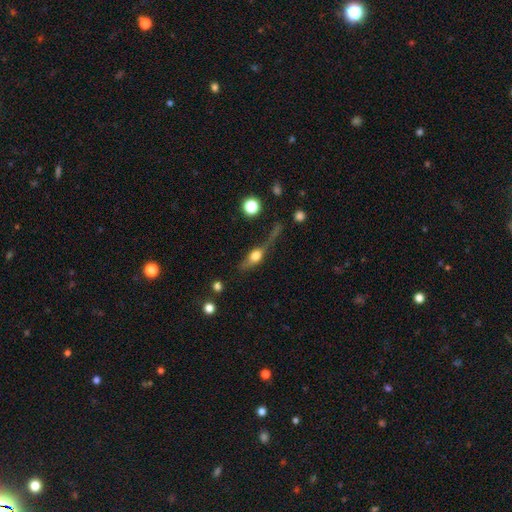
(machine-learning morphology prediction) A smooth galaxy with no disk features (52%) that is in between round and cigar-shaped (55%). Merging: none (39%).